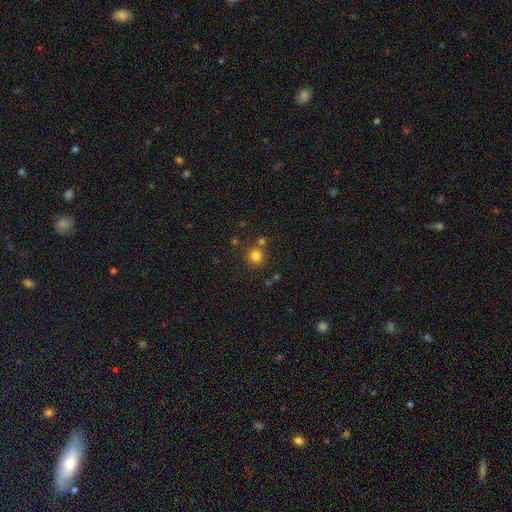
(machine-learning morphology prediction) smooth_or_featured: smooth (p=0.80) [alt: star or artifact p=0.14]
how_rounded: round (p=0.92) [alt: in between p=0.07]
merging: none (p=0.76) [alt: merger p=0.13]